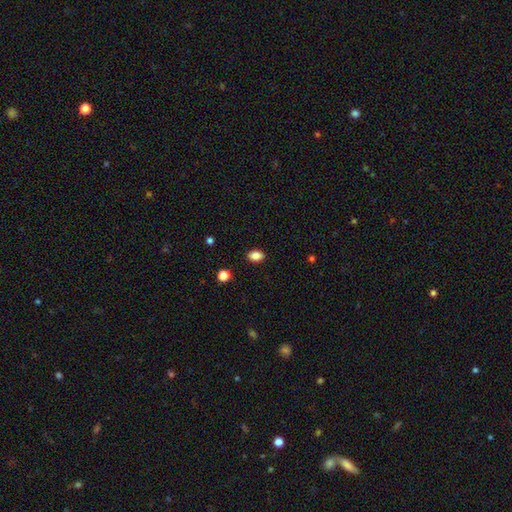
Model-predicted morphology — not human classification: smooth 86%, star or artifact 10%, featured or disk 5%. Down the decision tree: how rounded — in between (83%); merging — none (89%).